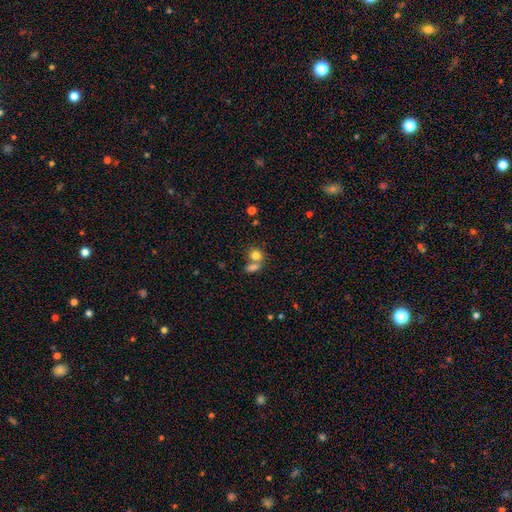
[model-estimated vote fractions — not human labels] Smooth or featured?
  - smooth: 80% *
  - star or artifact: 11%
  - featured or disk: 10%
How rounded?
  - round: 66% *
  - in between: 32%
  - cigar-shaped: 2%
Merging?
  - none: 45% *
  - merger: 43%
  - minor disturbance: 9%
  - major disturbance: 4%